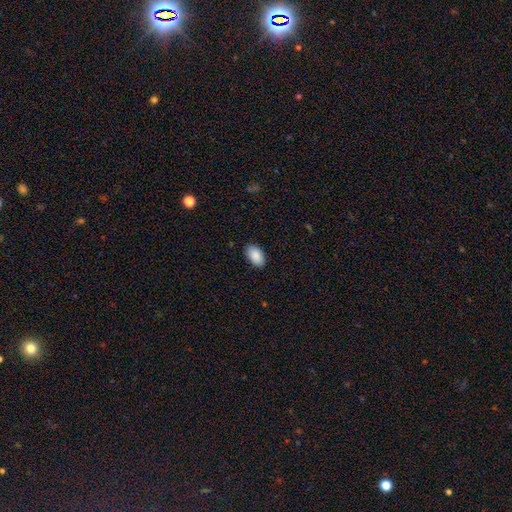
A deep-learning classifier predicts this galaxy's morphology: Q: Smooth or featured?
A: smooth (90%); runner-up: star or artifact (6%)
Q: How rounded?
A: in between (94%); runner-up: round (5%)
Q: Merging?
A: none (87%); runner-up: minor disturbance (10%)